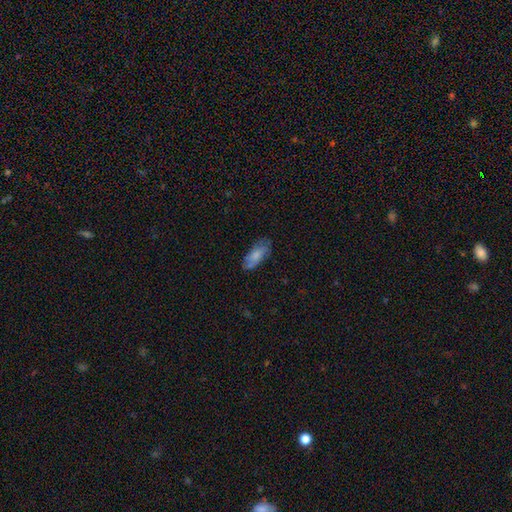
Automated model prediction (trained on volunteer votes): This is likely a smooth galaxy (70%). How rounded: clearly in between (83%). Merging: likely none (70%).